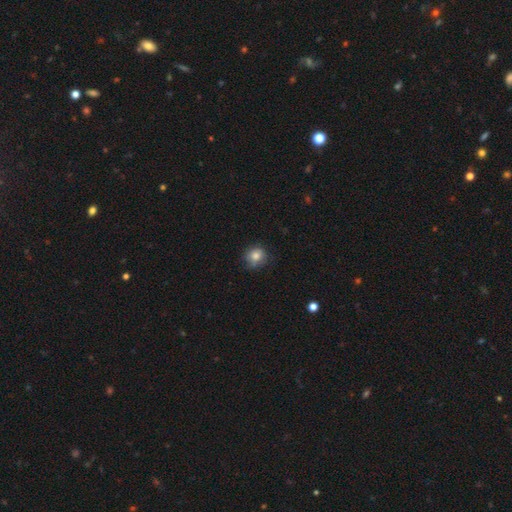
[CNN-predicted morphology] smooth 80%, star or artifact 10%, featured or disk 10%. Down the decision tree: how rounded — round (83%); merging — none (72%).